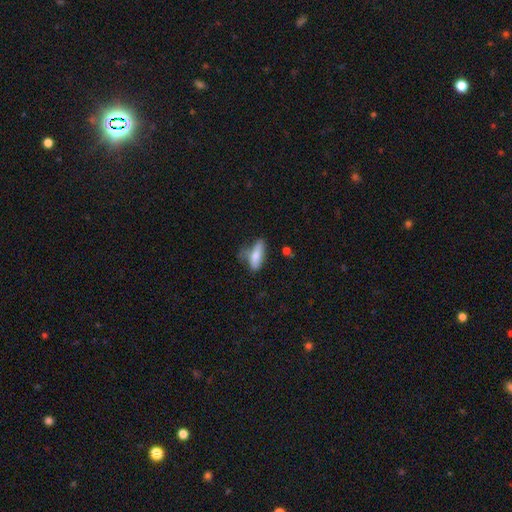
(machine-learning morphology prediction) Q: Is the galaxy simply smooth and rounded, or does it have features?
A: smooth — 73%.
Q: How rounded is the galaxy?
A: in between — 62%.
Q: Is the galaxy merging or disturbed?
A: none — 41%.